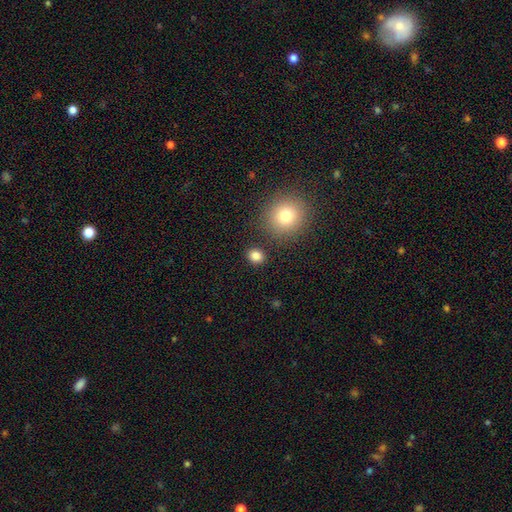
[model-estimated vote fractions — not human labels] This appears to be a smooth galaxy with no disk features (83%) that is round (66%). Merging: none (85%).